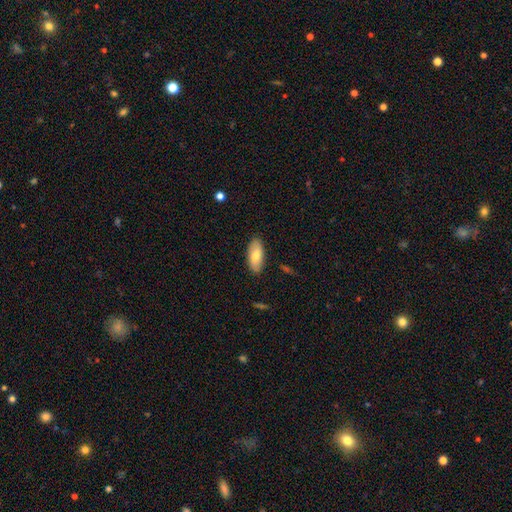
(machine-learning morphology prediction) This is likely a smooth galaxy (73%). How rounded: clearly in between (90%). Merging: clearly none (87%).